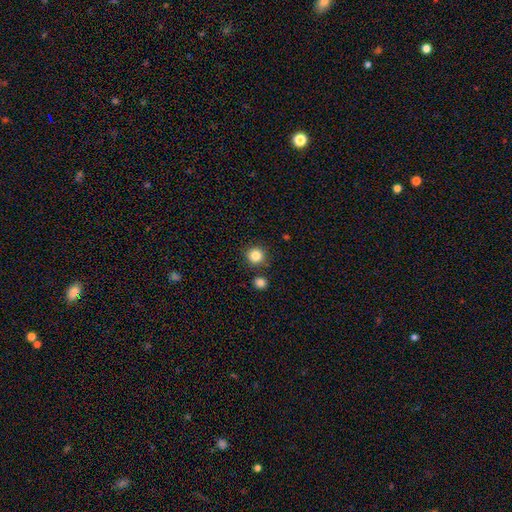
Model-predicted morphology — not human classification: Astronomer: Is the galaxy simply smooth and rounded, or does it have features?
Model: smooth — 85%.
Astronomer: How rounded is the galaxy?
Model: round — 93%.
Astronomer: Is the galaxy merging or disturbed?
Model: none — 85%.